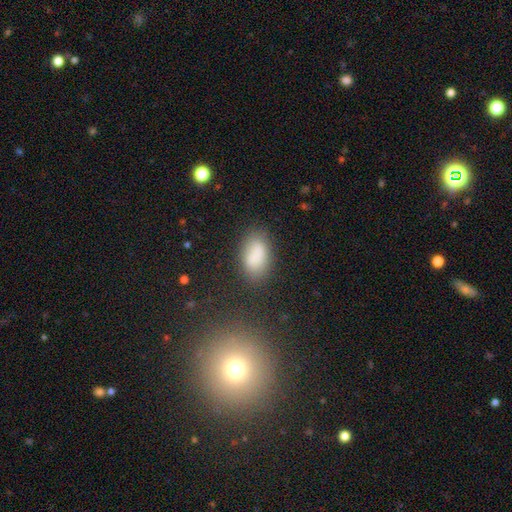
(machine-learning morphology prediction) Smooth or featured?
  - smooth: 81% *
  - featured or disk: 9%
  - star or artifact: 9%
How rounded?
  - in between: 91% *
  - round: 7%
  - cigar-shaped: 2%
Merging?
  - none: 73% *
  - minor disturbance: 17%
  - major disturbance: 5%
  - merger: 4%